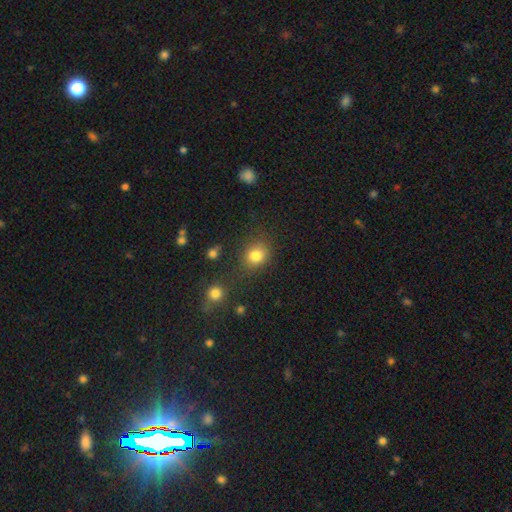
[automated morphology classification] Smooth or featured? smooth (82%)
How rounded? round (68%)
Merging? none (74%)